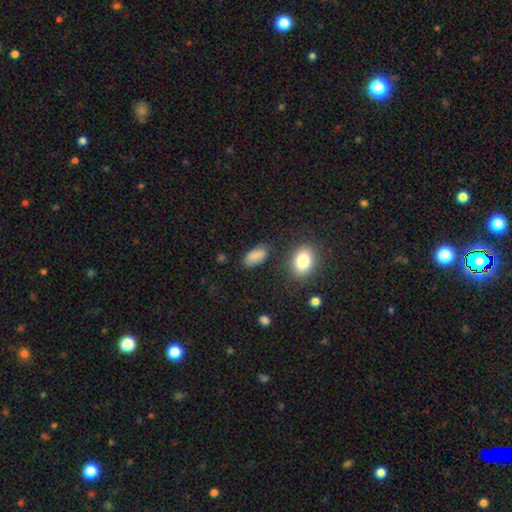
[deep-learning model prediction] Smooth or featured?
  - smooth: 86% *
  - star or artifact: 9%
  - featured or disk: 5%
How rounded?
  - in between: 92% *
  - round: 4%
  - cigar-shaped: 4%
Merging?
  - none: 77% *
  - minor disturbance: 15%
  - major disturbance: 4%
  - merger: 4%